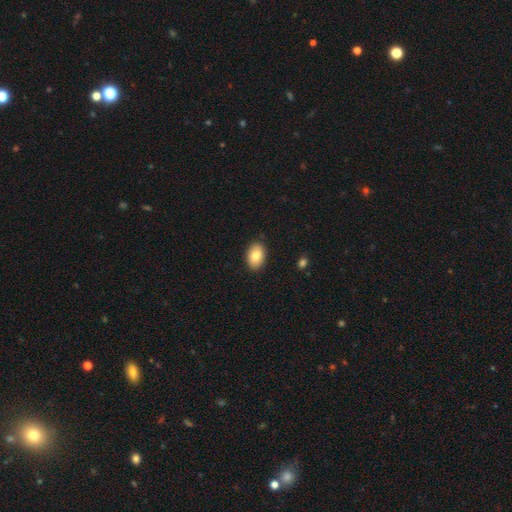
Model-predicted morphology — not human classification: type=smooth (82%); roundness=in between (86%); merging=none (88%).